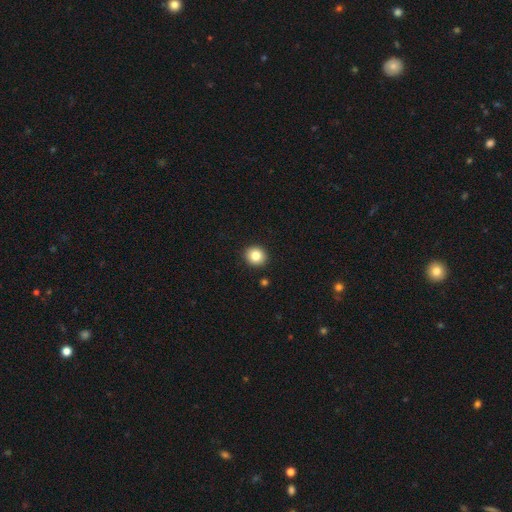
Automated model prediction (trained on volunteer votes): Smooth or featured: smooth — 83% (star or artifact — 10%)
How rounded: round — 83% (in between — 16%)
Merging: none — 92% (minor disturbance — 5%)